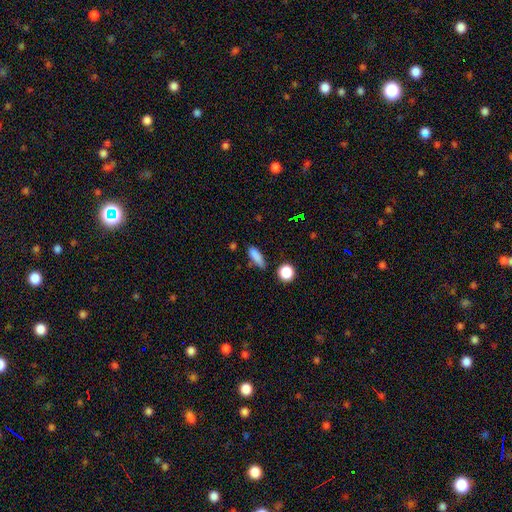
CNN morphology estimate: Smooth or featured: smooth — 82% (star or artifact — 11%)
How rounded: in between — 47% (cigar-shaped — 46%)
Merging: none — 70% (minor disturbance — 20%)